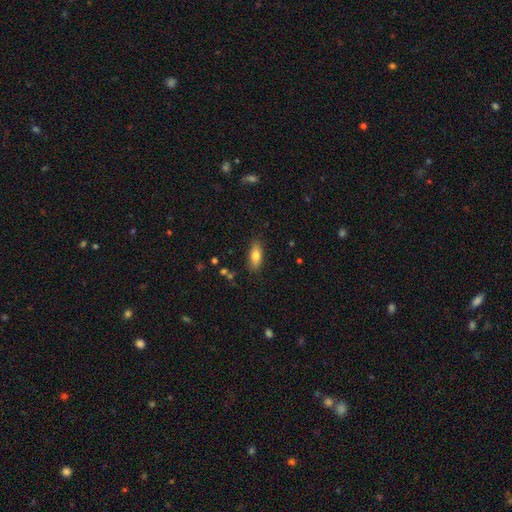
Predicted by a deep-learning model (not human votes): Morphology: type=smooth (79%); roundness=in between (82%); merging=none (84%).